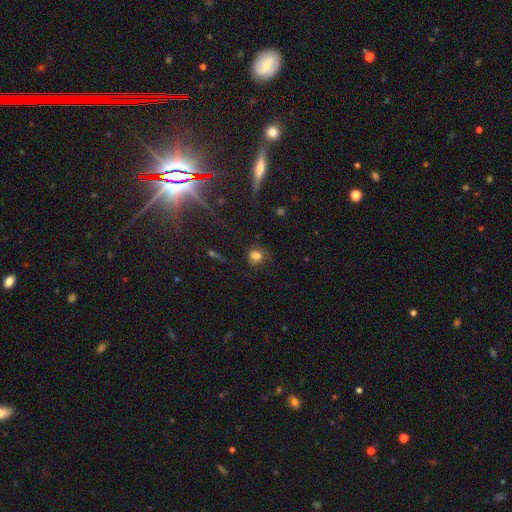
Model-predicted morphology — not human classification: type=smooth (70%); roundness=round (63%); merging=none (59%).